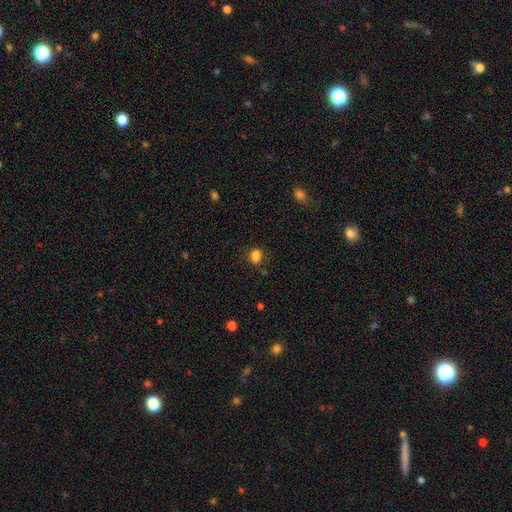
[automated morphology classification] Smooth or featured? Predicted: smooth (p=0.82). How rounded? Predicted: in between (p=0.68). Merging? Predicted: none (p=0.72).